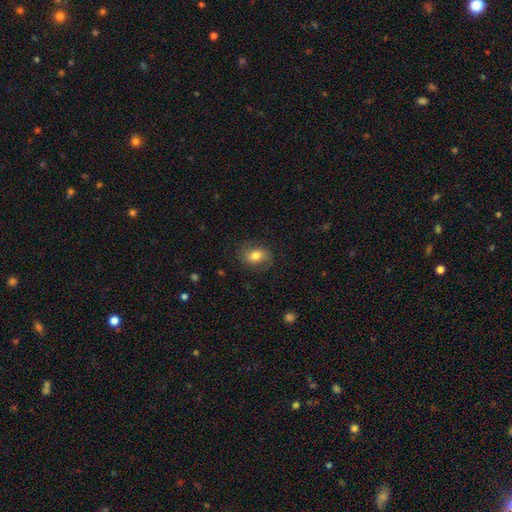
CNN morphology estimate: smooth-or-featured: smooth: 69% | featured or disk: 22% | star or artifact: 9%
  how-rounded: in between: 63% | round: 36% | cigar-shaped: 1%
  merging: none: 78% | minor disturbance: 15% | major disturbance: 5% | merger: 1%